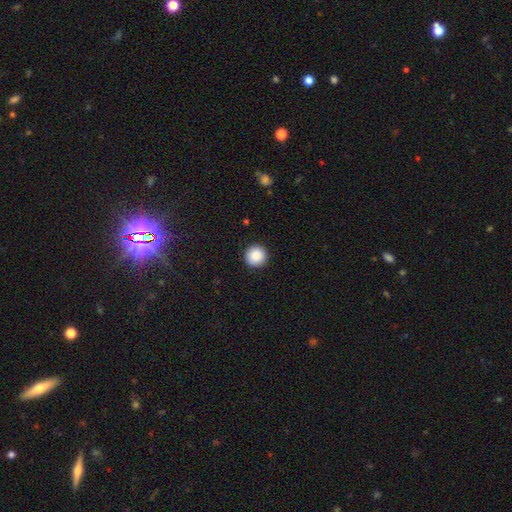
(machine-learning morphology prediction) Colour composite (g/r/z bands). It shows a smooth galaxy with no disk features (88%) that is round (96%). Merging: none (92%).